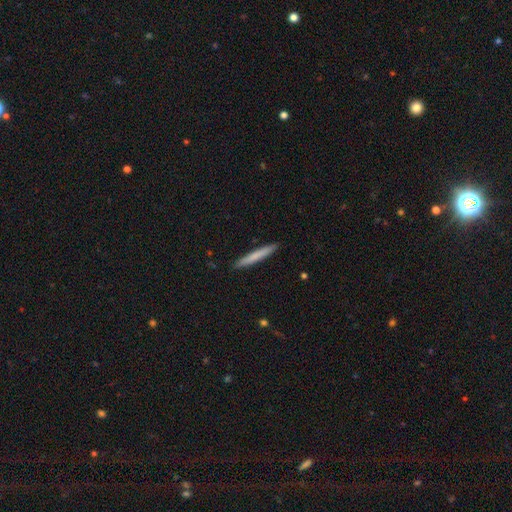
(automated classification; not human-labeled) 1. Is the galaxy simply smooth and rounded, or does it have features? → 72% smooth, 22% featured or disk, 5% star or artifact.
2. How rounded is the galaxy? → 97% cigar-shaped, 2% in between, 1% round.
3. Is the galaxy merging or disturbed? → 92% none, 6% minor disturbance, 1% major disturbance, 1% merger.